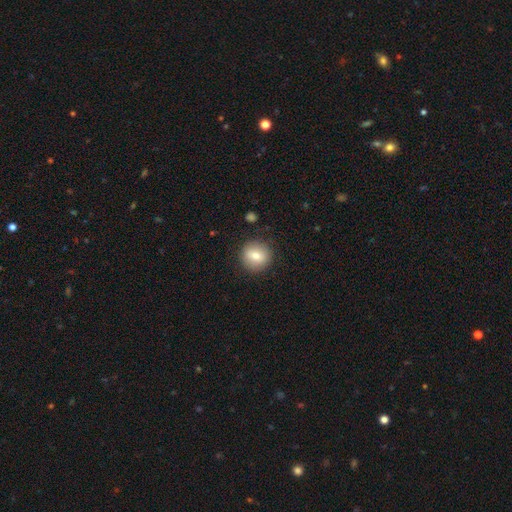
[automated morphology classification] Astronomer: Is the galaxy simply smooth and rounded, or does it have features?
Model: smooth — 76%.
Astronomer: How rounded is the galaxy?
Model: round — 90%.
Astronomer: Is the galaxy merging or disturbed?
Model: none — 87%.